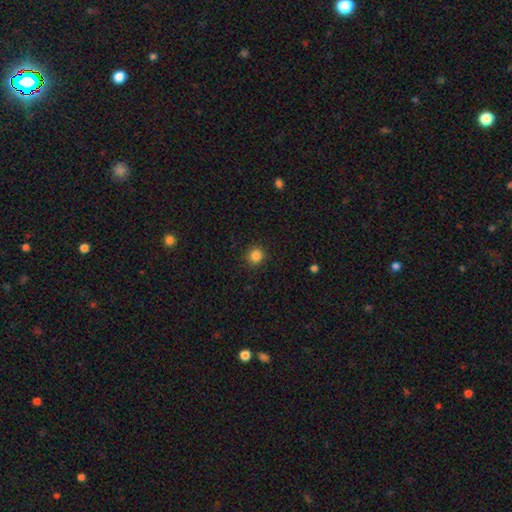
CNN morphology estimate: Smooth or featured?
  - smooth: 85% *
  - star or artifact: 12%
  - featured or disk: 4%
How rounded?
  - round: 94% *
  - in between: 5%
  - cigar-shaped: 1%
Merging?
  - none: 91% *
  - minor disturbance: 6%
  - major disturbance: 2%
  - merger: 1%